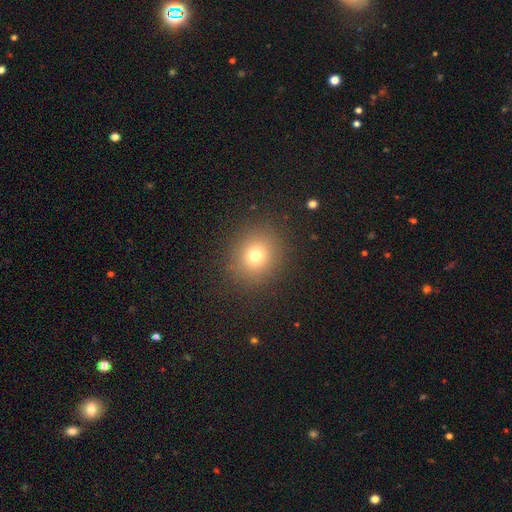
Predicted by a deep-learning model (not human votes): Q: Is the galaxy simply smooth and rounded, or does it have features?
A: smooth — 73%.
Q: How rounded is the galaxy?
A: round — 83%.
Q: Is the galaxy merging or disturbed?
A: none — 88%.